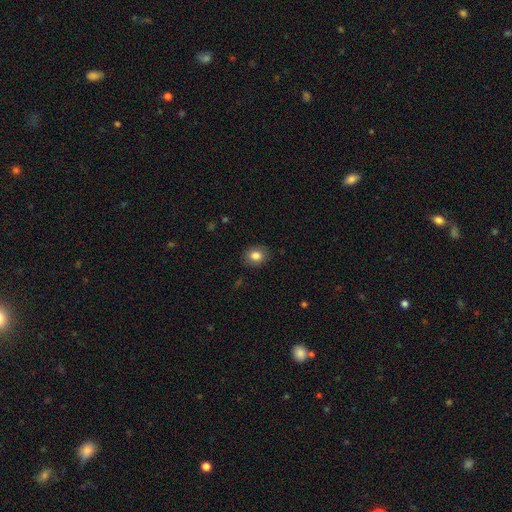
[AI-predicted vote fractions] This is clearly a smooth galaxy (84%). How rounded: possibly round (57%). Merging: clearly none (88%).